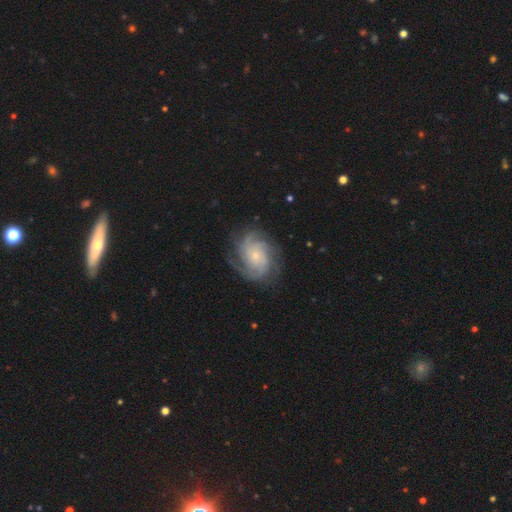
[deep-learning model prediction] Smooth or featured? Predicted: featured or disk (p=0.86). Edge-on disk? Predicted: no (p=0.98). Bar? Predicted: no (p=0.74). Spiral arms? Predicted: yes (p=0.97). Spiral winding? Predicted: tight (p=0.55). Spiral arm count? Predicted: 3 (p=0.27). Bulge size? Predicted: small (p=0.72). Merging? Predicted: none (p=0.76).